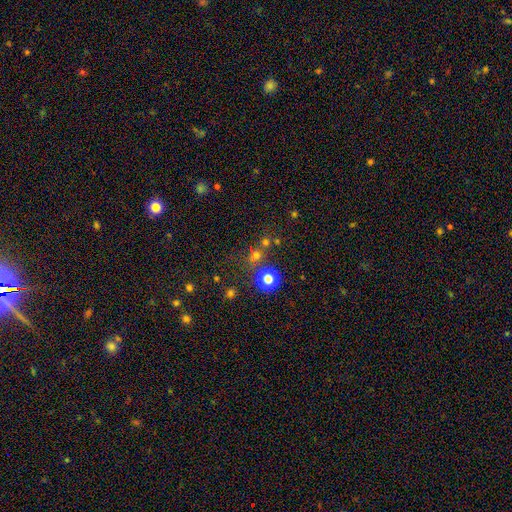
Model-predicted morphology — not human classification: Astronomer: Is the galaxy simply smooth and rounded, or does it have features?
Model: smooth — 53% (runner-up: star or artifact, 38%).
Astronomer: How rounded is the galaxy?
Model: round — 90%.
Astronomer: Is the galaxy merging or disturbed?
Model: none — 68%.